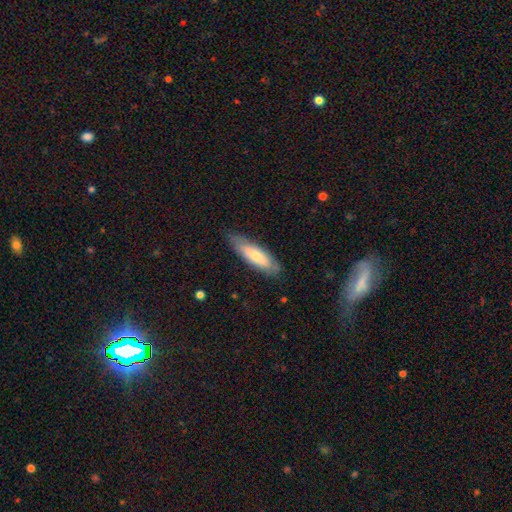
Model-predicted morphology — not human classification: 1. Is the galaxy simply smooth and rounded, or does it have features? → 66% smooth, 29% featured or disk, 5% star or artifact.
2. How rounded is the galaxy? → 56% cigar-shaped, 42% in between, 2% round.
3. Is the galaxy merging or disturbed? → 78% none, 17% minor disturbance, 3% major disturbance, 1% merger.